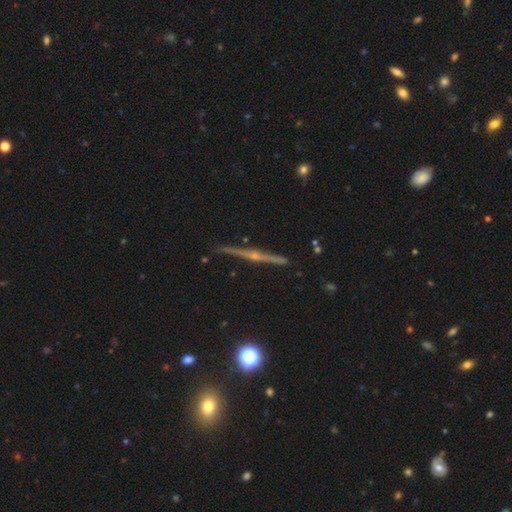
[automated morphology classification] A featured or disk galaxy (85%) viewed edge-on (98%) with a rounded central bulge (87%). Merging: none (91%).